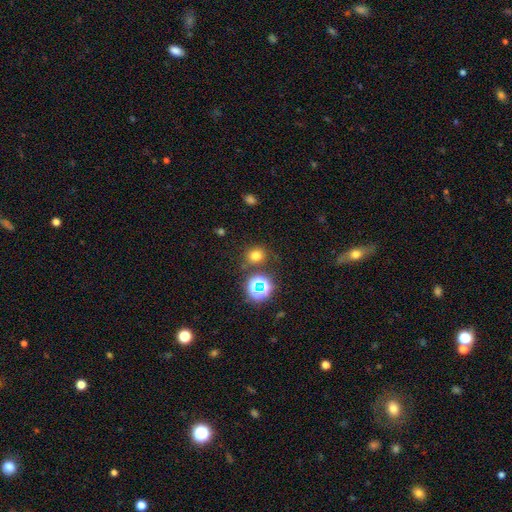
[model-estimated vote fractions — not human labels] Smooth or featured: smooth — 70% (star or artifact — 23%)
How rounded: round — 81% (in between — 18%)
Merging: none — 81% (minor disturbance — 10%)